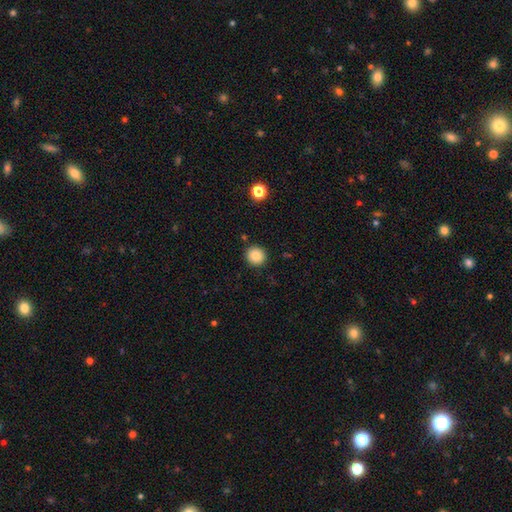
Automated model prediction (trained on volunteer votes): Smooth or featured? smooth (86%)
How rounded? round (91%)
Merging? none (90%)